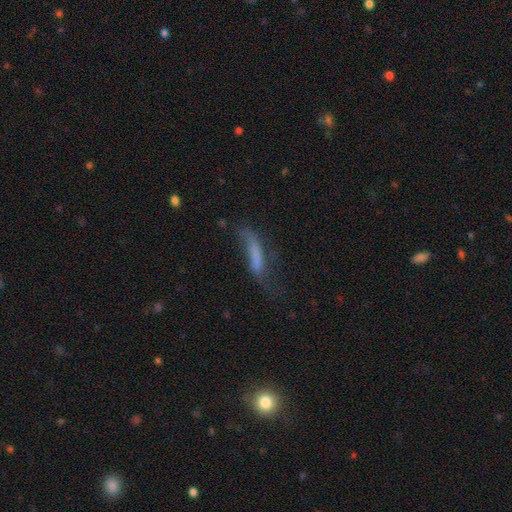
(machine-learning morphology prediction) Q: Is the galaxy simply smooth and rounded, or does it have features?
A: smooth — 53%.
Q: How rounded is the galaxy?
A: cigar-shaped — 74%.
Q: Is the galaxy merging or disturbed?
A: none — 37%.